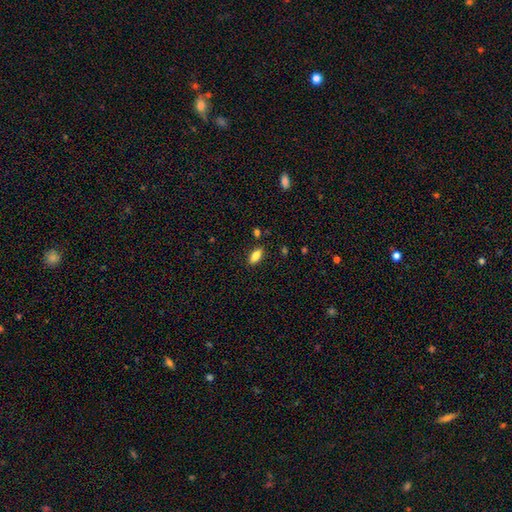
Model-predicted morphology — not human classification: This appears to be a smooth galaxy with no disk features (83%) that is in between round and cigar-shaped (86%). Merging: none (85%).